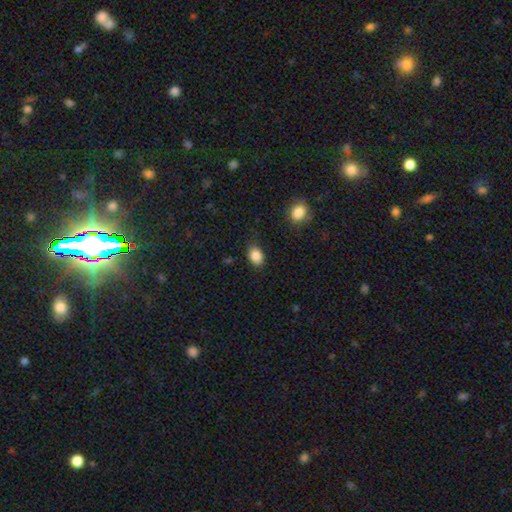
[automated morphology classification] type=smooth (87%); roundness=in between (81%); merging=none (82%).